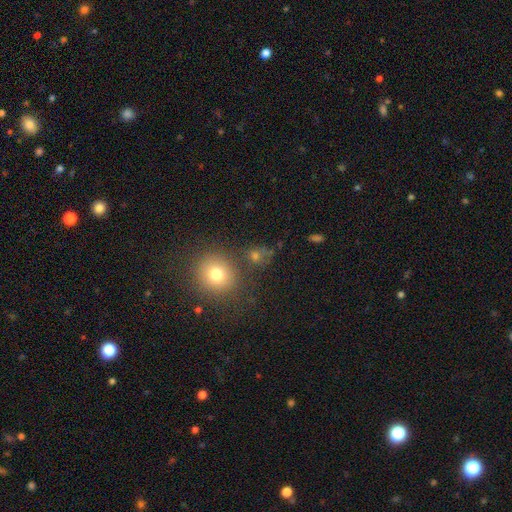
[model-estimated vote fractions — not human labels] smooth-or-featured: smooth: 62% | star or artifact: 26% | featured or disk: 12%
  how-rounded: round: 81% | in between: 18% | cigar-shaped: 2%
  merging: none: 70% | merger: 12% | minor disturbance: 12% | major disturbance: 7%